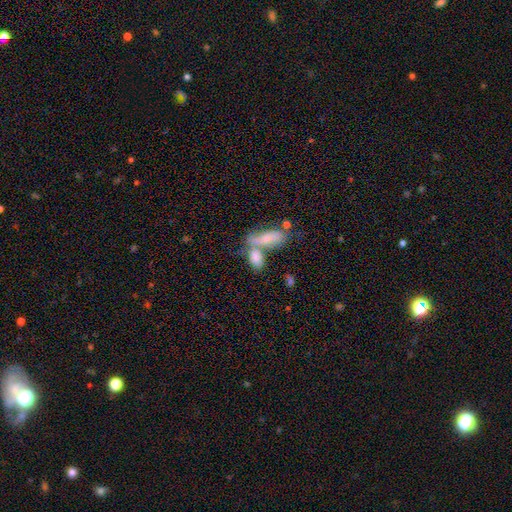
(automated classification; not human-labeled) A smooth galaxy with no disk features (69%) that is in between round and cigar-shaped (74%). Merging: merger (53%).